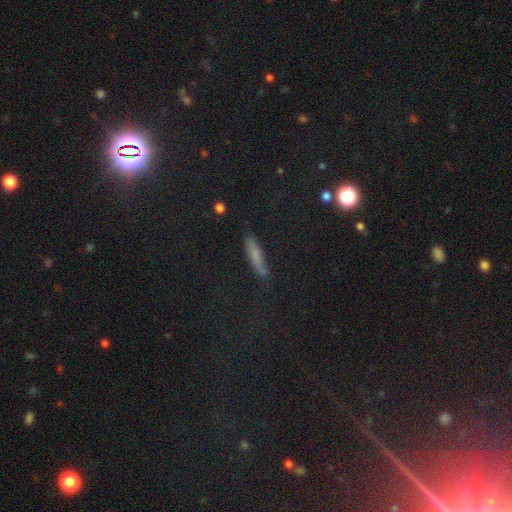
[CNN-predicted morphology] The model was most divided on "smooth or featured": smooth: 60%, star or artifact: 22%, featured or disk: 18%. More confident: how rounded — cigar-shaped (74%); merging — none (69%).